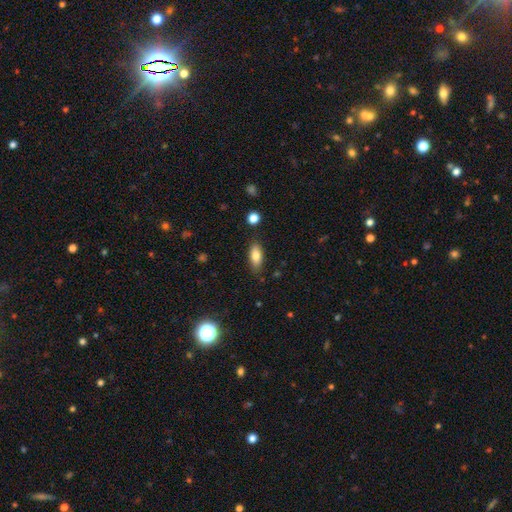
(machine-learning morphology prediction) smooth 80%, featured or disk 12%, star or artifact 8%. Down the decision tree: how rounded — in between (79%); merging — none (83%).